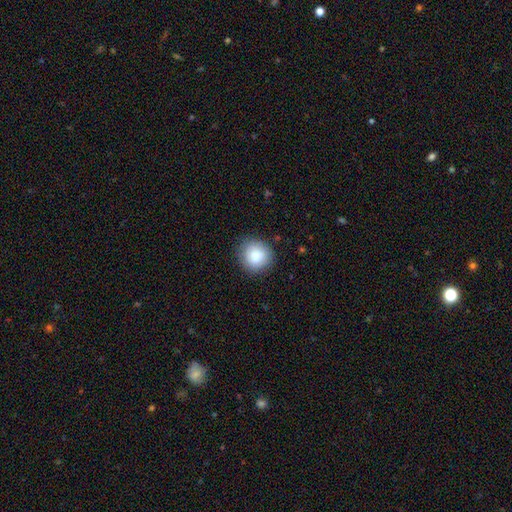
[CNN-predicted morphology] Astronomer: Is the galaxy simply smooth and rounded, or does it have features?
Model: smooth — 86%.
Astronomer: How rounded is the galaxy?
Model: round — 90%.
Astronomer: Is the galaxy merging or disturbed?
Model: none — 85%.